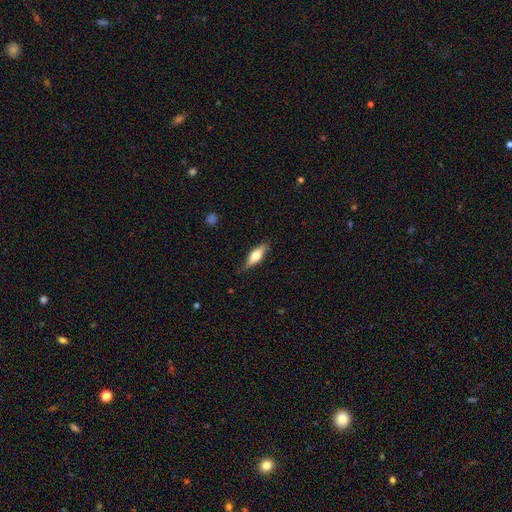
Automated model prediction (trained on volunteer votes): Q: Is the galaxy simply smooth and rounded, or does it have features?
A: smooth — 55%.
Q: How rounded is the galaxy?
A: in between — 52%.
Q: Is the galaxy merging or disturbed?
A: none — 80%.